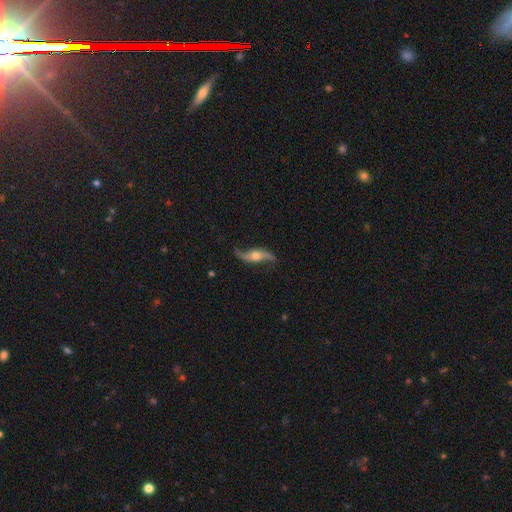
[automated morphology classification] A featured or disk galaxy (87%) with no bar (66%), 2 (94%) loose (91%) spiral arms (95%) and a moderate central bulge (65%).

Vote fractions:
- Smooth or featured? featured or disk: 87% / smooth: 8% / star or artifact: 5%
- Edge-on disk? no: 86% / yes: 14%
- Bar? no: 66% / weak: 23% / strong: 12%
- Spiral arms? yes: 95% / no: 5%
- Spiral winding? loose: 91% / medium: 7% / tight: 3%
- Spiral arm count? 2: 94% / 1: 2% / can't tell: 2% / 3: 1% / 4: 1% / more than 4: 1%
- Bulge size? moderate: 65% / small: 24% / large: 8% / none: 2% / dominant: 2%
- Merging? none: 79% / minor disturbance: 14% / major disturbance: 6% / merger: 2%